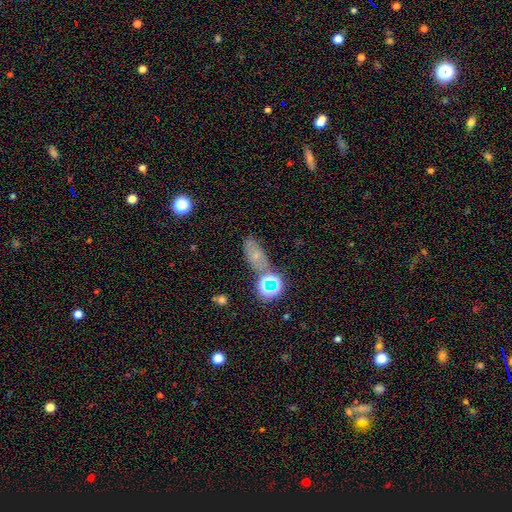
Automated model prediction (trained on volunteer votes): Smooth or featured?
  - smooth: 42% *
  - star or artifact: 32%
  - featured or disk: 27%
Merging?
  - none: 65% *
  - minor disturbance: 17%
  - merger: 11%
  - major disturbance: 7%